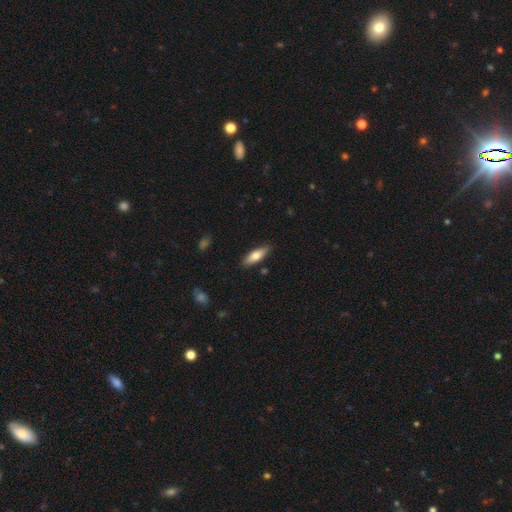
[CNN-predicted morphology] Overall: smooth (74%). How rounded: in between (56%; cigar-shaped 43%). Merging: none (85%).